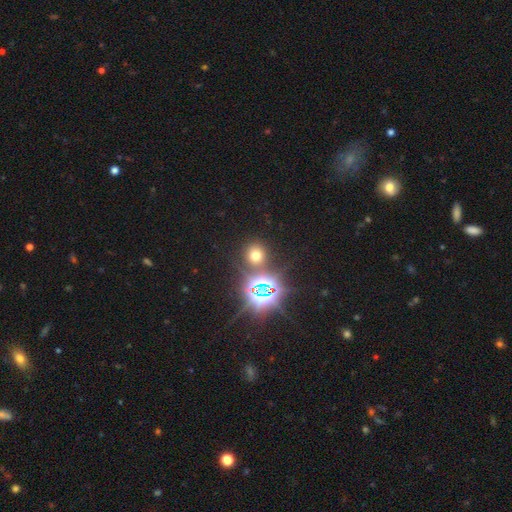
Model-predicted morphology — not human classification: Smooth or featured?
  - smooth: 52% *
  - star or artifact: 39%
  - featured or disk: 9%
How rounded?
  - round: 87% *
  - in between: 12%
  - cigar-shaped: 1%
Merging?
  - none: 82% *
  - minor disturbance: 7%
  - merger: 7%
  - major disturbance: 4%